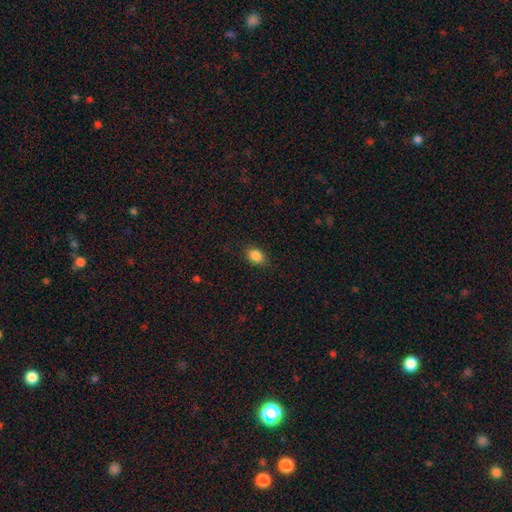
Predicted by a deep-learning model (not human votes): This appears to be a smooth galaxy with no disk features (87%) that is in between round and cigar-shaped (72%). Merging: none (86%).